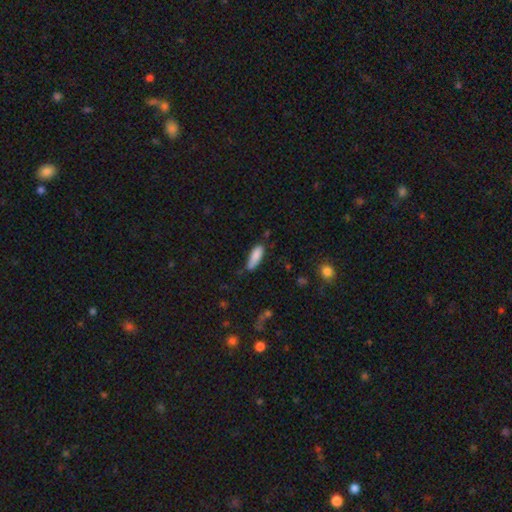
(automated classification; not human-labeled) smooth 86%, featured or disk 7%, star or artifact 7%. Down the decision tree: how rounded — in between (51%); merging — none (60%).